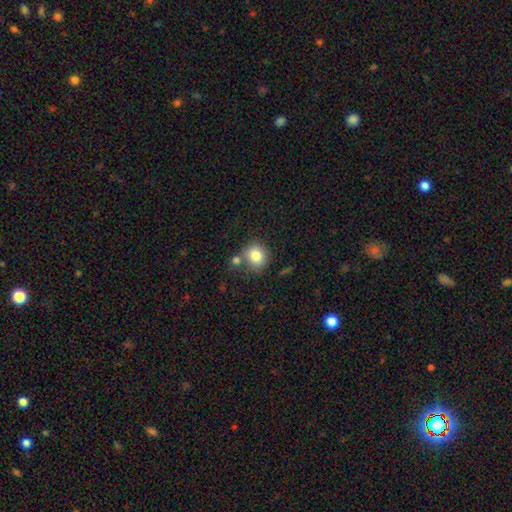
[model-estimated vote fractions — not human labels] This appears to be a smooth galaxy with no disk features (81%) that is round (82%). Merging: none (64%).